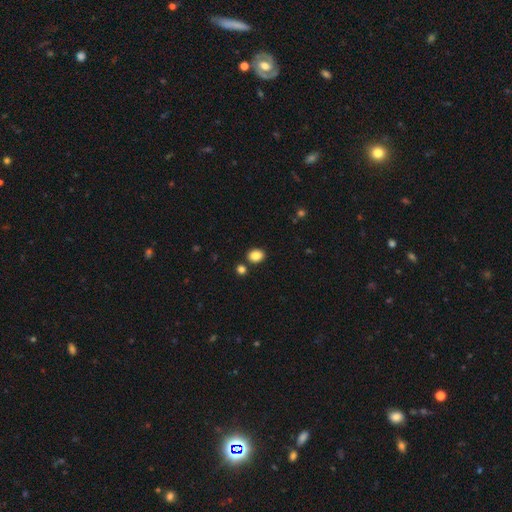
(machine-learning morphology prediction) Smooth or featured? Predicted: smooth (p=0.86). How rounded? Predicted: in between (p=0.53). Merging? Predicted: none (p=0.81).